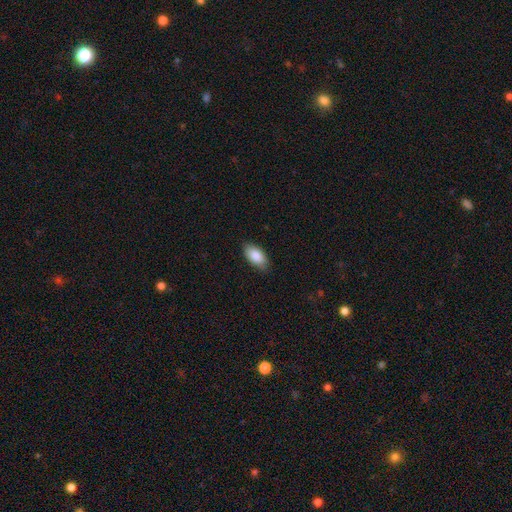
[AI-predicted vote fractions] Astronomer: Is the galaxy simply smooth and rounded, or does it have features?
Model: smooth — 87%.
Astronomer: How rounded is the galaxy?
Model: in between — 94%.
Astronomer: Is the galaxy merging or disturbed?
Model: none — 84%.